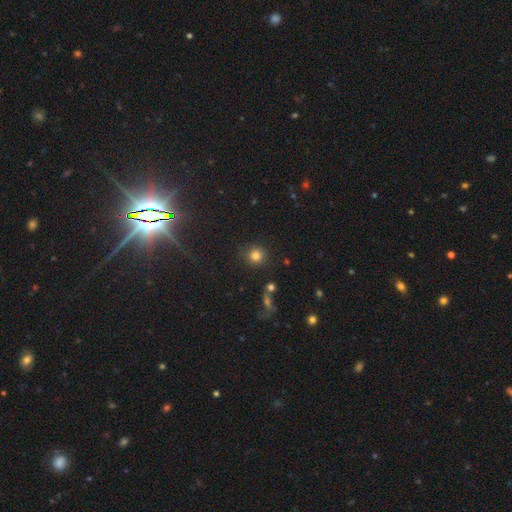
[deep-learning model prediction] Overall: smooth (81%). How rounded: round (92%). Merging: none (83%).